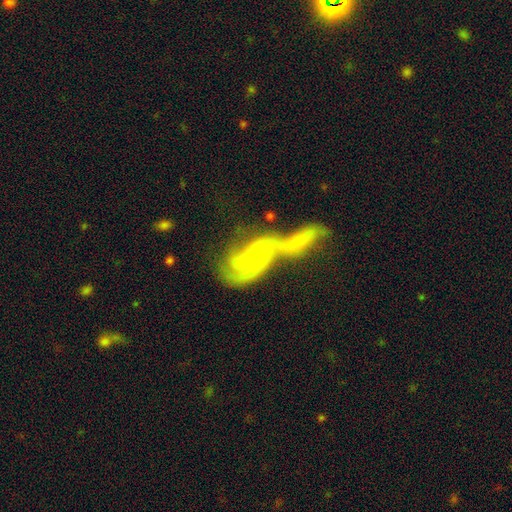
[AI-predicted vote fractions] smooth-or-featured: featured or disk: 70% | smooth: 22% | star or artifact: 8%
  disk-edge-on: no: 94% | yes: 6%
    bar: no: 67% | weak: 27% | strong: 6%
    has-spiral-arms: yes: 76% | no: 24%
      spiral-winding: loose: 49% | medium: 34% | tight: 16%
      spiral-arm-count: 2: 46% | can't tell: 23% | 3: 13% | 1: 10% | 4: 4% | more than 4: 3%
    bulge-size: small: 57% | moderate: 28% | none: 11% | large: 2% | dominant: 1%
  merging: merger: 70% | major disturbance: 13% | none: 11% | minor disturbance: 7%